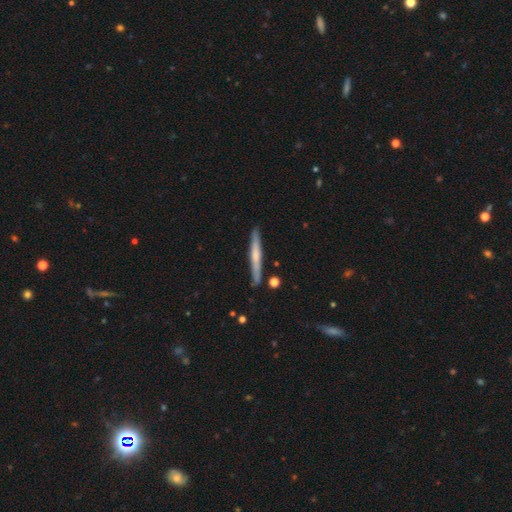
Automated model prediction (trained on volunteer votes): smooth 49%, featured or disk 46%, star or artifact 6%. Down the decision tree: merging — none (87%).